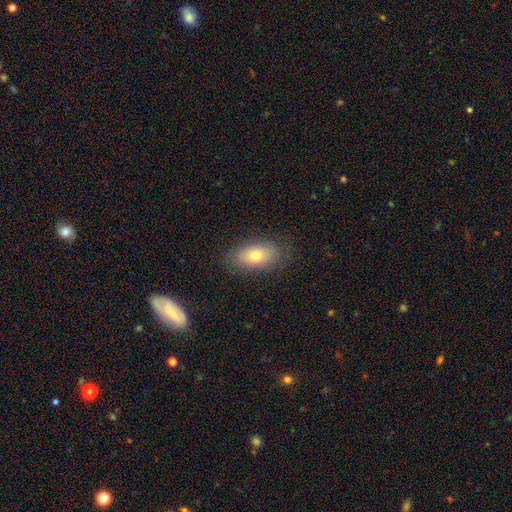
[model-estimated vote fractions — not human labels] A smooth galaxy with no disk features (71%) that is in between round and cigar-shaped (89%).

Vote fractions:
- Smooth or featured? smooth: 71% / featured or disk: 20% / star or artifact: 9%
- How rounded? in between: 89% / round: 9% / cigar-shaped: 3%
- Merging? none: 83% / minor disturbance: 12% / major disturbance: 4% / merger: 1%